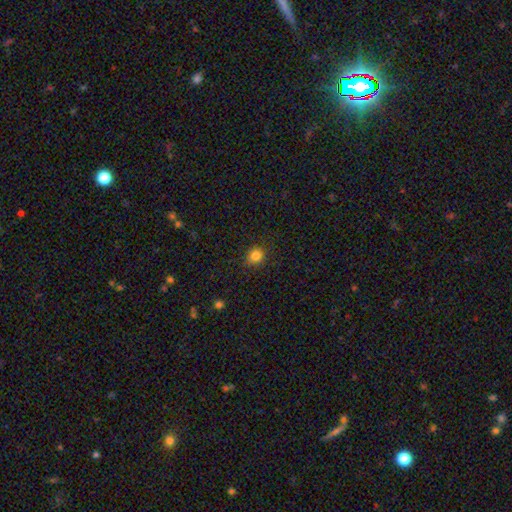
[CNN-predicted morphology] This appears to be a smooth galaxy with no disk features (83%) that is round (79%). Merging: none (87%).